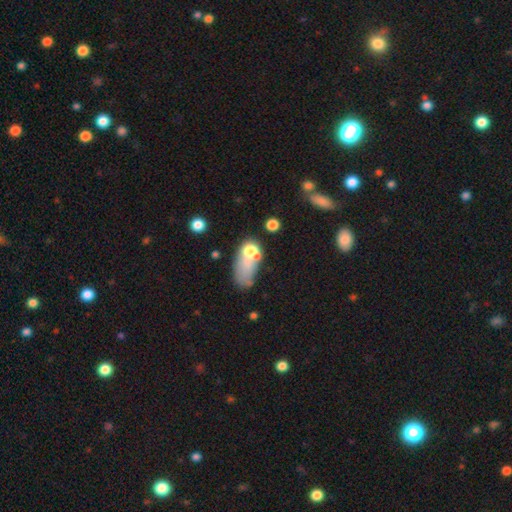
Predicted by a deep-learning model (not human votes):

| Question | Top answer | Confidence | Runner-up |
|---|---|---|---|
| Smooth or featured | smooth | 61% | featured or disk (23%) |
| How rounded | in between | 80% | round (13%) |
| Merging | none | 33% | major disturbance (23%) |